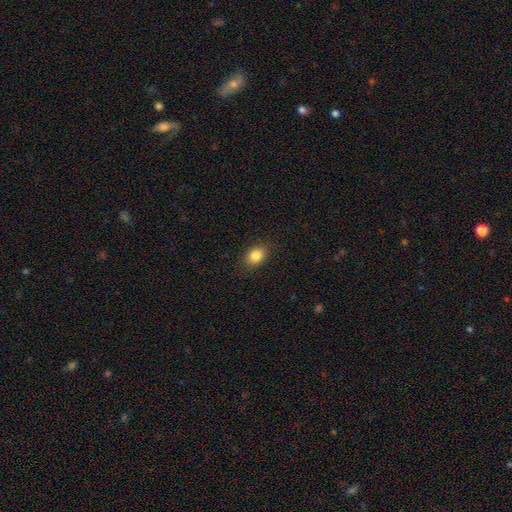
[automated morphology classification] Smooth or featured? smooth (85%)
How rounded? in between (69%)
Merging? none (88%)